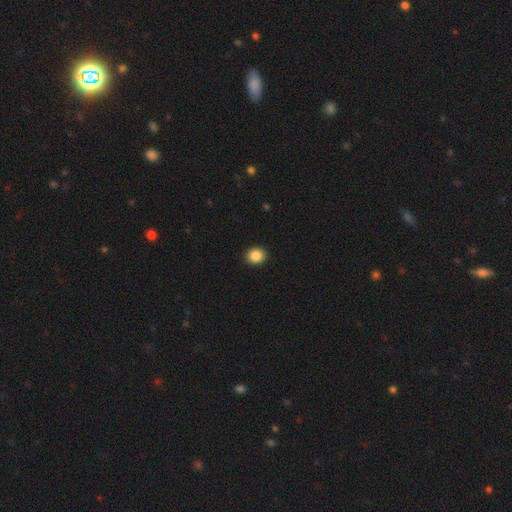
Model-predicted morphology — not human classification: A smooth galaxy with no disk features (87%) that is round (68%).

Vote fractions:
- Smooth or featured? smooth: 87% / star or artifact: 9% / featured or disk: 4%
- How rounded? round: 68% / in between: 31% / cigar-shaped: 1%
- Merging? none: 91% / minor disturbance: 6% / major disturbance: 2% / merger: 1%